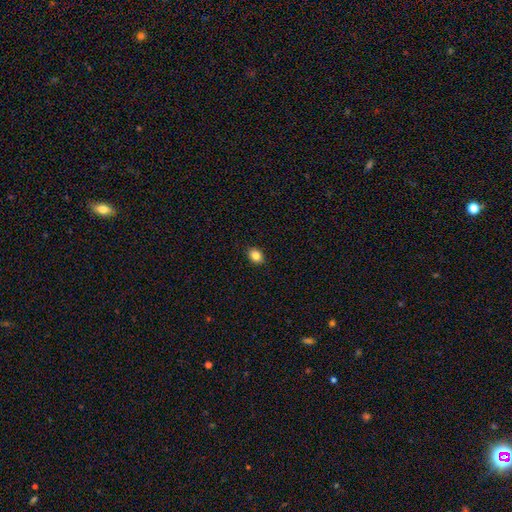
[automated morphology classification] Smooth or featured?
  - smooth: 85% *
  - star or artifact: 10%
  - featured or disk: 6%
How rounded?
  - in between: 65% *
  - round: 34%
  - cigar-shaped: 1%
Merging?
  - none: 90% *
  - minor disturbance: 7%
  - major disturbance: 2%
  - merger: 1%